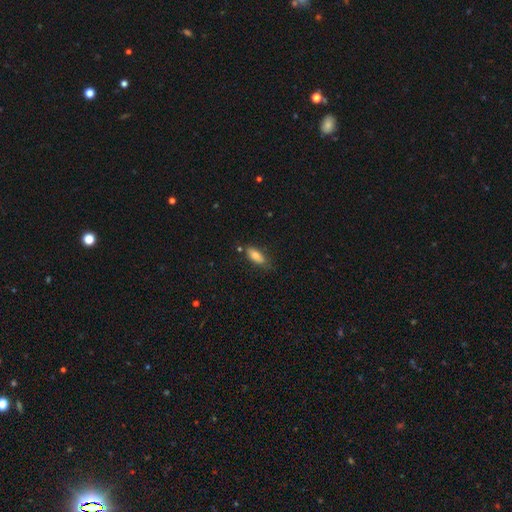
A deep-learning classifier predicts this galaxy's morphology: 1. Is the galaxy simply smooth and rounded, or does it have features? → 80% smooth, 12% featured or disk, 8% star or artifact.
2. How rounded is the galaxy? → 78% in between, 20% cigar-shaped, 2% round.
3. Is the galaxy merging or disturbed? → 71% none, 21% minor disturbance, 5% major disturbance, 4% merger.